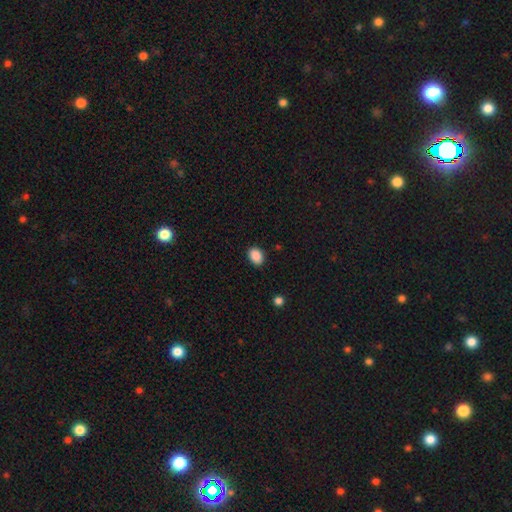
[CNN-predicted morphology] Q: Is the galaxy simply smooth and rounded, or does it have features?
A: smooth — 89%.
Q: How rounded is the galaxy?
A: in between — 70%.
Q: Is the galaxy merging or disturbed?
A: none — 87%.